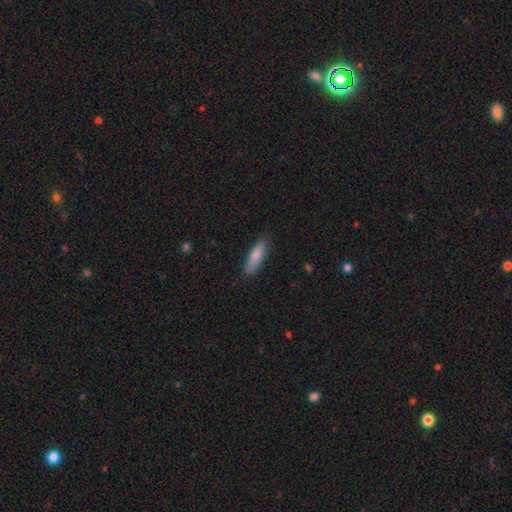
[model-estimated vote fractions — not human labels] A smooth galaxy with no disk features (80%) that is cigar-shaped (59%).

Vote fractions:
- Smooth or featured? smooth: 80% / featured or disk: 14% / star or artifact: 6%
- How rounded? cigar-shaped: 59% / in between: 39% / round: 2%
- Merging? none: 81% / minor disturbance: 15% / major disturbance: 3% / merger: 1%